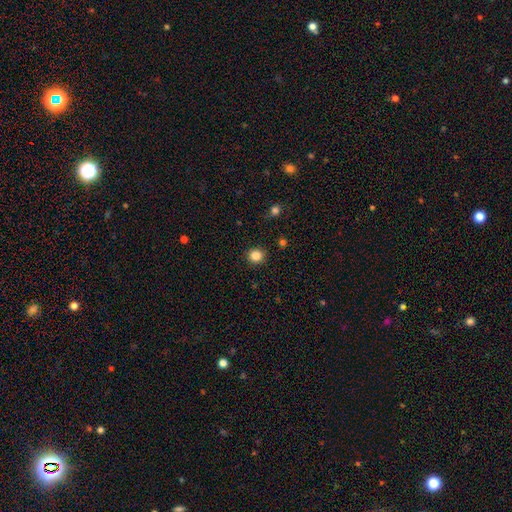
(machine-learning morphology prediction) smooth-or-featured: smooth: 85% | star or artifact: 11% | featured or disk: 4%
  how-rounded: round: 89% | in between: 10% | cigar-shaped: 1%
  merging: none: 91% | minor disturbance: 6% | major disturbance: 2% | merger: 1%